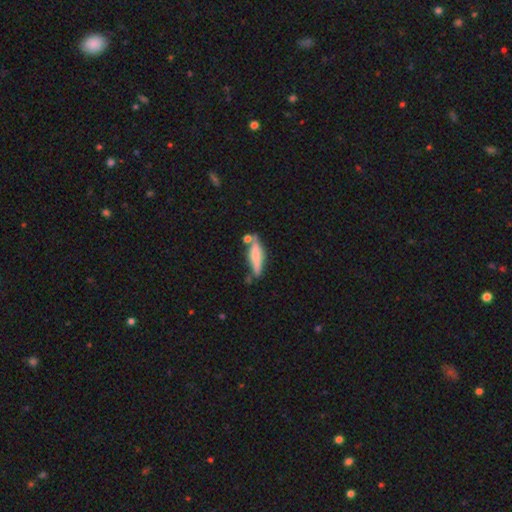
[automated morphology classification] type=smooth (57%); roundness=cigar-shaped (80%); merging=none (62%).